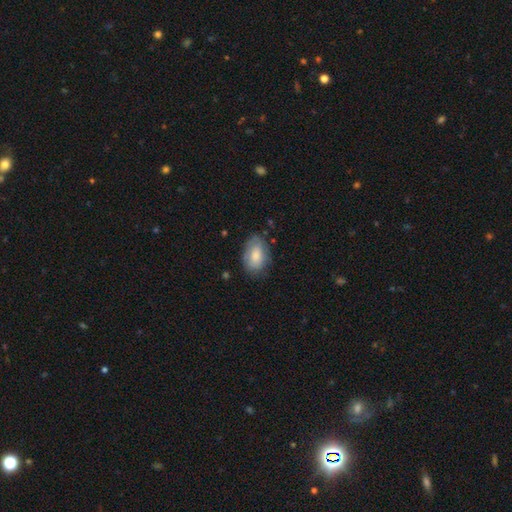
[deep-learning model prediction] Smooth or featured: smooth — 76% (featured or disk — 18%)
How rounded: in between — 89% (round — 10%)
Merging: none — 71% (minor disturbance — 21%)